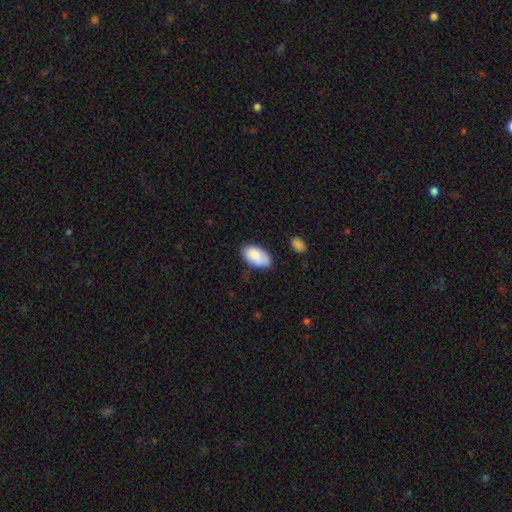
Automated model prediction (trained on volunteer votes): smooth 83%, featured or disk 10%, star or artifact 7%. Down the decision tree: how rounded — in between (95%); merging — none (61%).